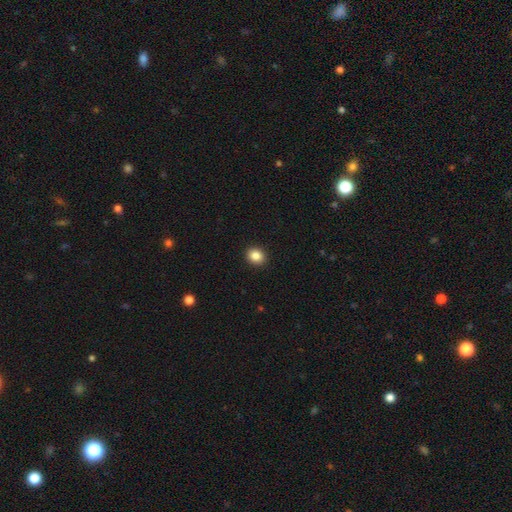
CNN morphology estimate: smooth_or_featured: smooth (p=0.86) [alt: star or artifact p=0.09]
how_rounded: round (p=0.69) [alt: in between p=0.30]
merging: none (p=0.93) [alt: minor disturbance p=0.05]